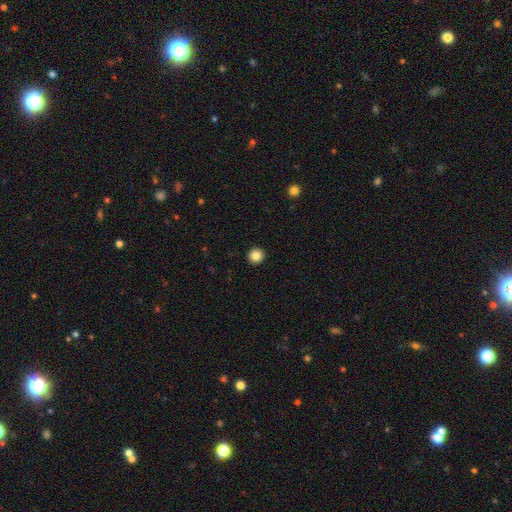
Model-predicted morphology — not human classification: smooth 85%, star or artifact 10%, featured or disk 5%. Down the decision tree: how rounded — round (94%); merging — none (94%).